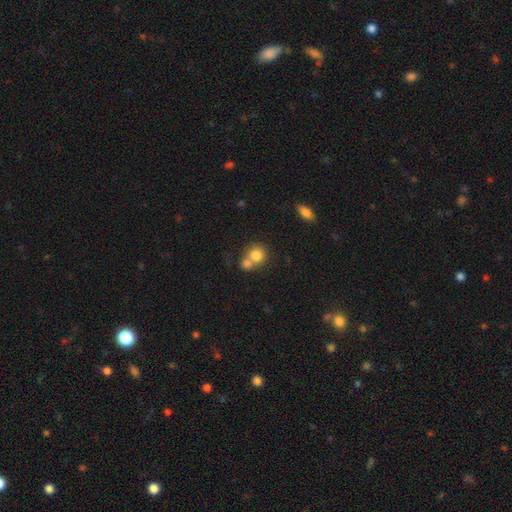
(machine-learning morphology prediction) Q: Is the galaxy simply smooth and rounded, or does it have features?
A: smooth — 79%.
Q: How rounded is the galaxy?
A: round — 81%.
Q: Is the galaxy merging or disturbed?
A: merger — 52%.